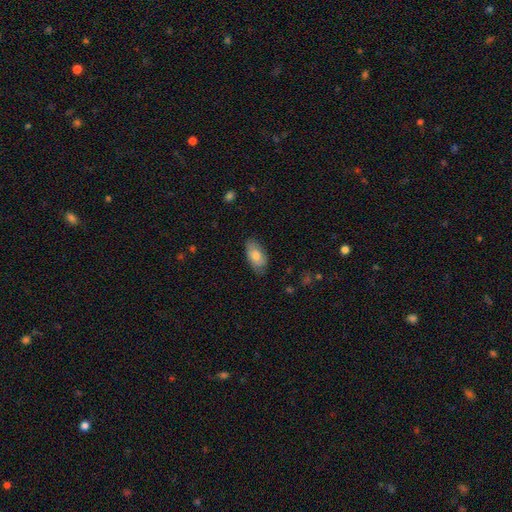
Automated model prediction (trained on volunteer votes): The model was most divided on "merging": none: 74%, minor disturbance: 21%, major disturbance: 4%, merger: 1%. More confident: how rounded — in between (93%); smooth or featured — smooth (74%).